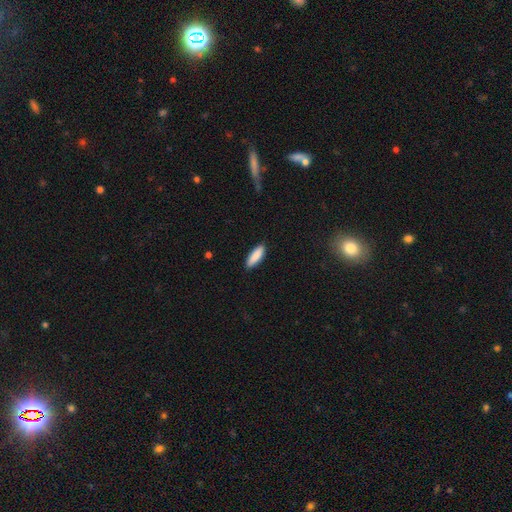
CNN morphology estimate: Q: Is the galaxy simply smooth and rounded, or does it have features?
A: smooth — 89%.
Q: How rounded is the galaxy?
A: in between — 58%.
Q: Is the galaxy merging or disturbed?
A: none — 88%.